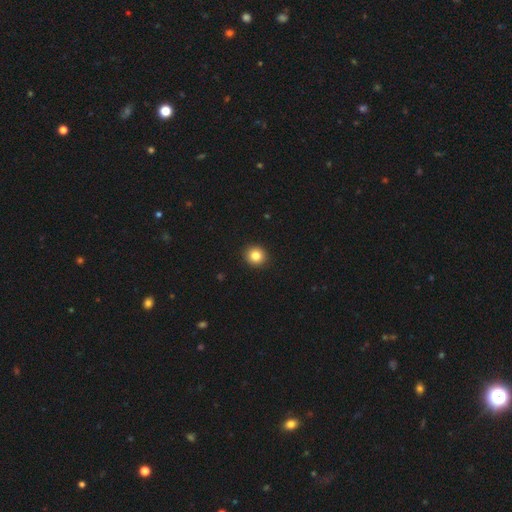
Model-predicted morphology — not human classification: smooth-or-featured: smooth: 83% | star or artifact: 10% | featured or disk: 6%
  how-rounded: round: 91% | in between: 8% | cigar-shaped: 1%
  merging: none: 93% | minor disturbance: 4% | major disturbance: 1% | merger: 1%